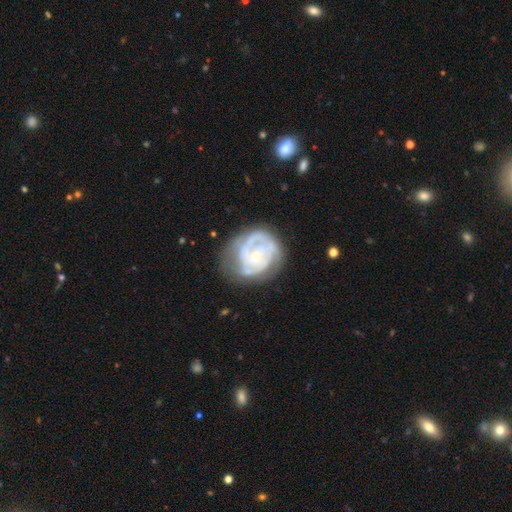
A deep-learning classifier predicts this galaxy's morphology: This is likely a featured or disk galaxy (78%). It is clearly not viewed edge-on (98%). Bar: likely no (70%). Spiral arm pattern: clearly yes (86%). Spiral arm count: marginally can't tell (35%). Spiral winding: possibly tight (59%). Central bulge: likely small (72%). Merging: possibly none (56%).